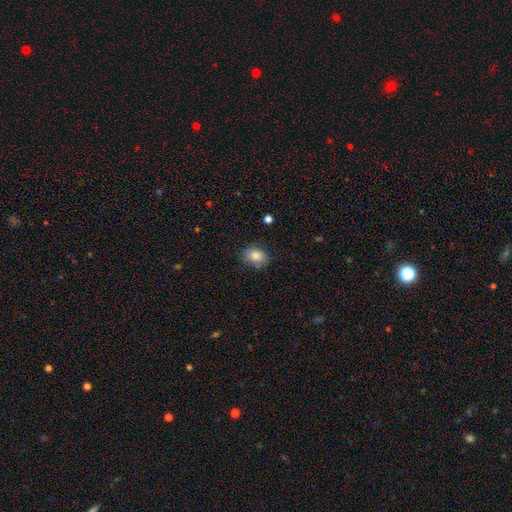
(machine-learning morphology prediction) This appears to be a smooth galaxy with no disk features (83%) that is in between round and cigar-shaped (61%). Merging: none (80%).